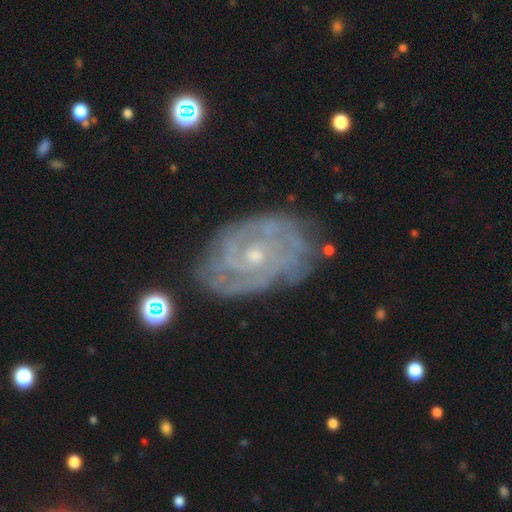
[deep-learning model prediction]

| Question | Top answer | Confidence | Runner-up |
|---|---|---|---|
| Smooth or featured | featured or disk | 86% | smooth (8%) |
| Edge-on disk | no | 96% | yes (4%) |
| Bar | no | 73% | weak (22%) |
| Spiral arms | yes | 95% | no (5%) |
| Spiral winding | tight | 71% | medium (24%) |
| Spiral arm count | can't tell | 34% | 2 (21%) |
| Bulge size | small | 70% | moderate (27%) |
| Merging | none | 75% | minor disturbance (18%) |